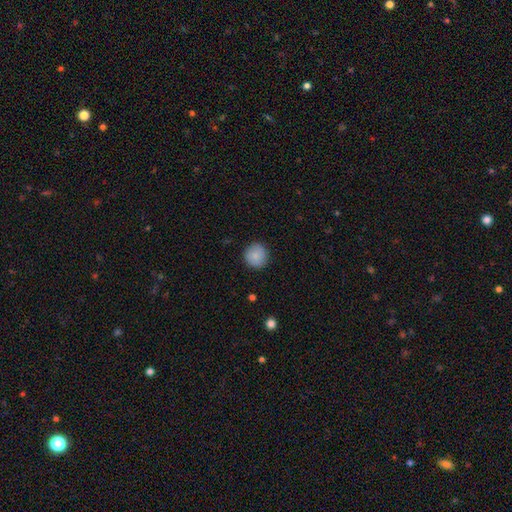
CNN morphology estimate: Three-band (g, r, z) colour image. It shows a smooth galaxy with no disk features (87%) that is round (94%). Merging: none (89%).